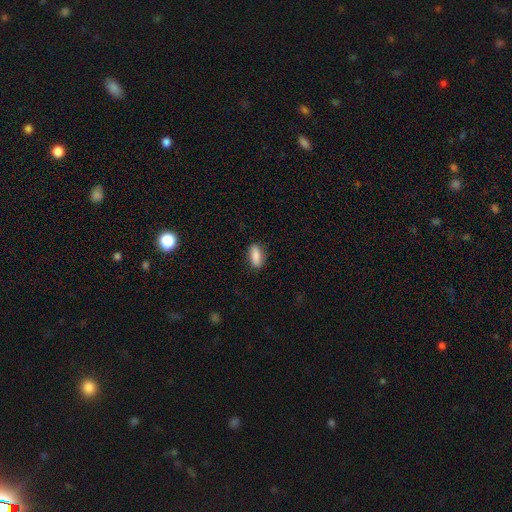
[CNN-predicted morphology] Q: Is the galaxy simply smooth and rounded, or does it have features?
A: smooth — 86%.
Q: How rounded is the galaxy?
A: in between — 81%.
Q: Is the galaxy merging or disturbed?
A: none — 84%.